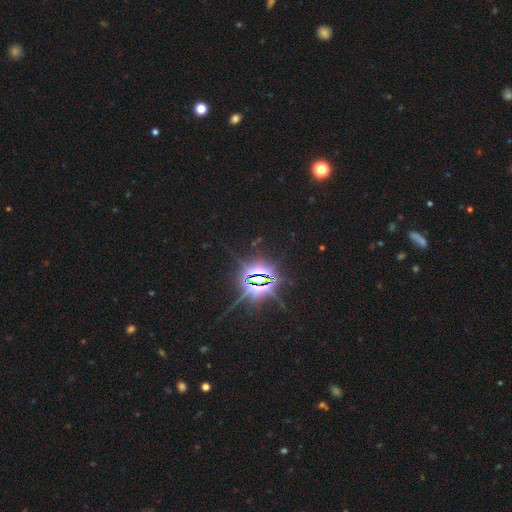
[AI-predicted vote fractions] Smooth or featured: star or artifact — 86% (smooth — 8%)